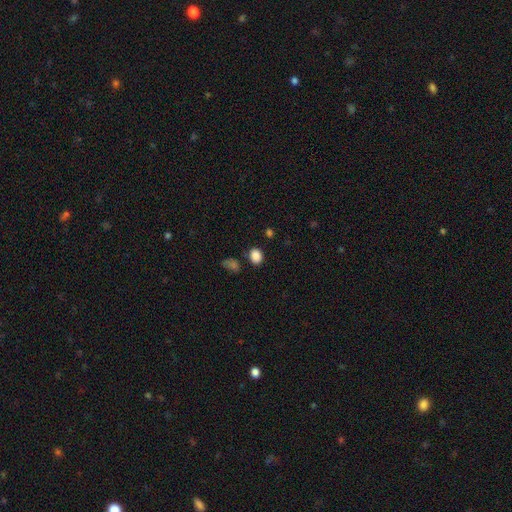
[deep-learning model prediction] Smooth or featured?
  - smooth: 86% *
  - star or artifact: 11%
  - featured or disk: 4%
How rounded?
  - round: 52% *
  - in between: 47%
  - cigar-shaped: 1%
Merging?
  - none: 81% *
  - minor disturbance: 11%
  - merger: 5%
  - major disturbance: 3%